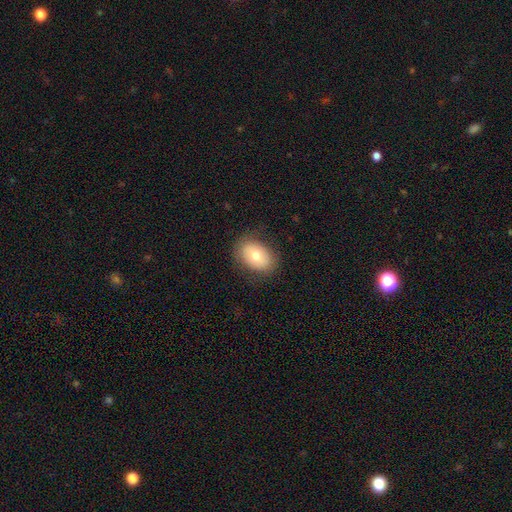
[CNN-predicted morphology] Smooth or featured: smooth — 72% (featured or disk — 20%)
How rounded: in between — 77% (round — 22%)
Merging: none — 82% (minor disturbance — 13%)